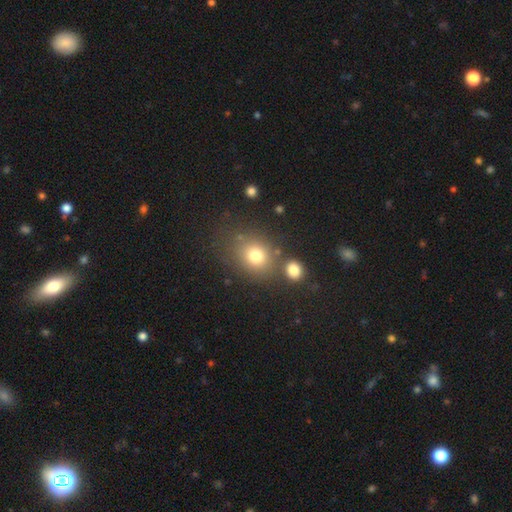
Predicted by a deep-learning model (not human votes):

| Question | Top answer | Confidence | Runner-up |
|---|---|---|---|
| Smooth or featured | smooth | 76% | star or artifact (13%) |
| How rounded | round | 61% | in between (38%) |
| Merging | none | 66% | merger (15%) |